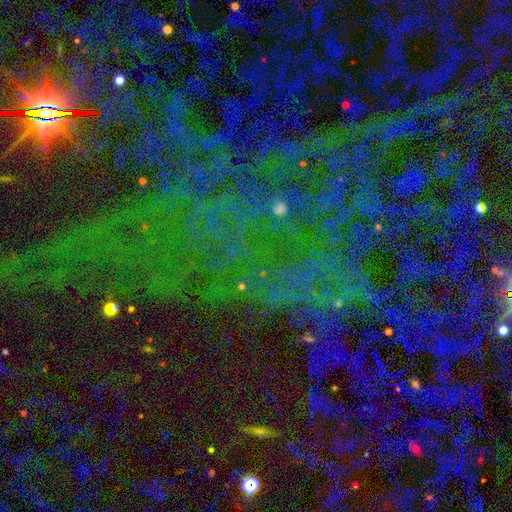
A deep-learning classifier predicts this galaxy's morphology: Smooth or featured? Predicted: star or artifact (p=0.81).